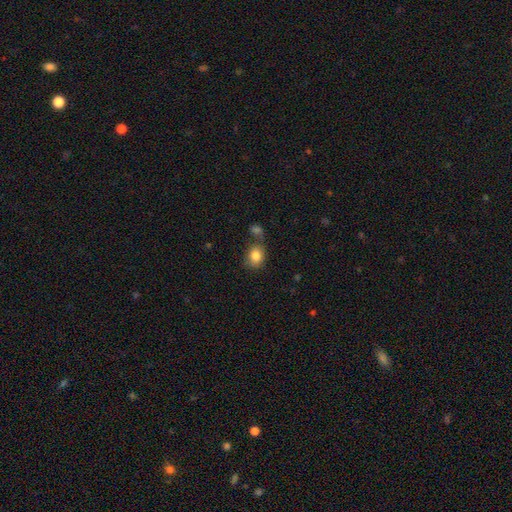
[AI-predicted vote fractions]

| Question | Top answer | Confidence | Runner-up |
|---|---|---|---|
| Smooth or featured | smooth | 83% | star or artifact (9%) |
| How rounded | round | 50% | in between (49%) |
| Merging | none | 60% | minor disturbance (17%) |